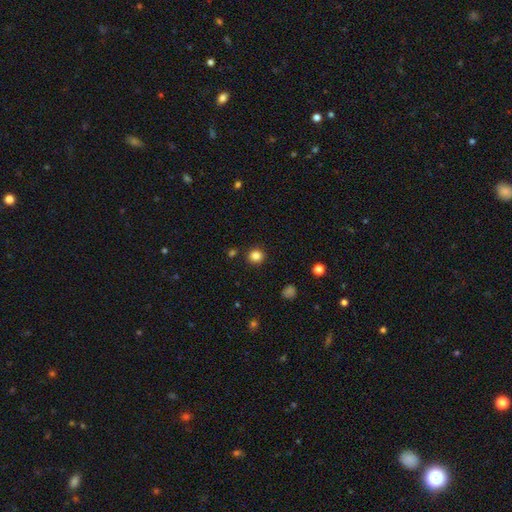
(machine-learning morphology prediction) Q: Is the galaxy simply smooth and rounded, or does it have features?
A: smooth — 84%.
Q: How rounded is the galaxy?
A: round — 90%.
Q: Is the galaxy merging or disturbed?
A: none — 90%.